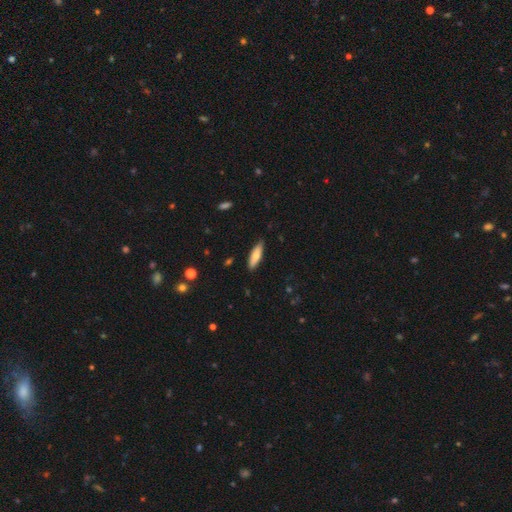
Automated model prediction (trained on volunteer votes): A smooth galaxy with no disk features (71%) that is cigar-shaped (59%).

Vote fractions:
- Smooth or featured? smooth: 71% / featured or disk: 23% / star or artifact: 6%
- How rounded? cigar-shaped: 59% / in between: 39% / round: 2%
- Merging? none: 86% / minor disturbance: 11% / major disturbance: 2% / merger: 1%